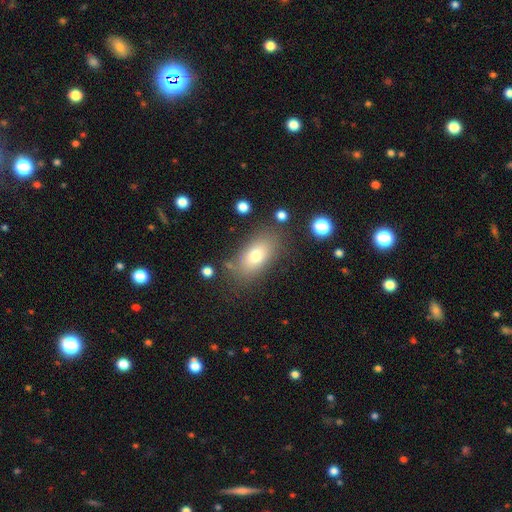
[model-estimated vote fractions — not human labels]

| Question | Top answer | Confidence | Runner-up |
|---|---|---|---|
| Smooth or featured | smooth | 72% | featured or disk (17%) |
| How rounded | in between | 86% | round (10%) |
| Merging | none | 76% | minor disturbance (14%) |